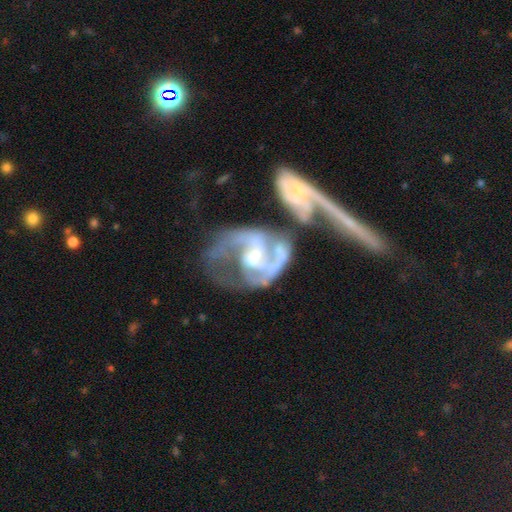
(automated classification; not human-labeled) Smooth or featured? featured or disk (86%)
Edge-on disk? no (97%)
Bar? no (48%)
Spiral arms? yes (88%)
Spiral winding? medium (46%)
Spiral arm count? 2 (65%)
Bulge size? small (51%)
Merging? merger (55%)